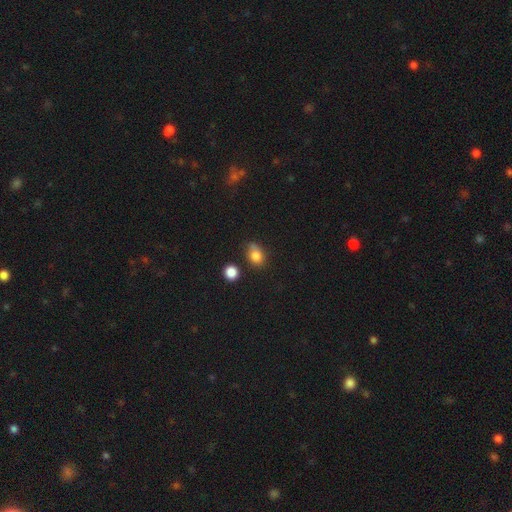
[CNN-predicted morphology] smooth_or_featured: smooth (p=0.82) [alt: star or artifact p=0.11]
how_rounded: in between (p=0.59) [alt: round p=0.39]
merging: none (p=0.54) [alt: minor disturbance p=0.29]